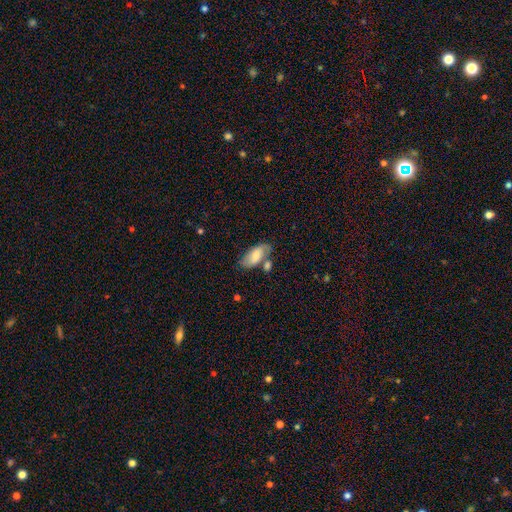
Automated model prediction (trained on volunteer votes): This appears to be a smooth galaxy with no disk features (59%) that is in between round and cigar-shaped (90%). Merging: none (54%).